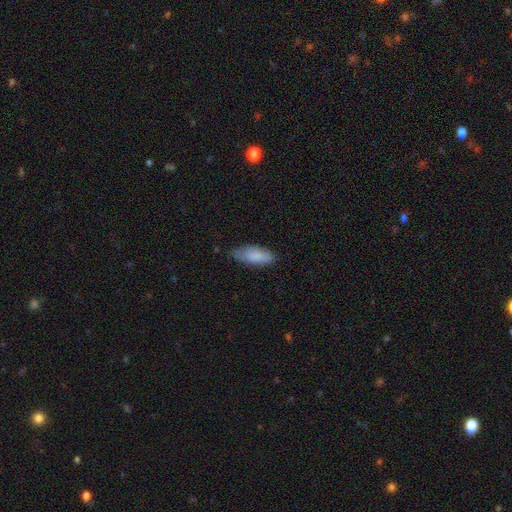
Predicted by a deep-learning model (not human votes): Morphology: type=smooth (84%); roundness=in between (77%); merging=none (67%).